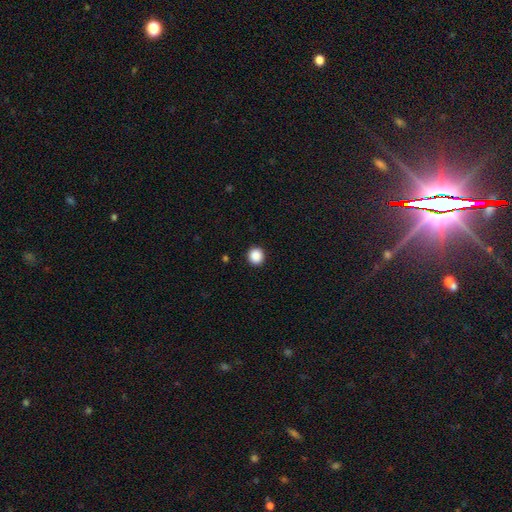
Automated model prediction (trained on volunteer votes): The model was most divided on "how rounded": round: 89%, in between: 10%, cigar-shaped: 1%. More confident: merging — none (92%); smooth or featured — smooth (89%).